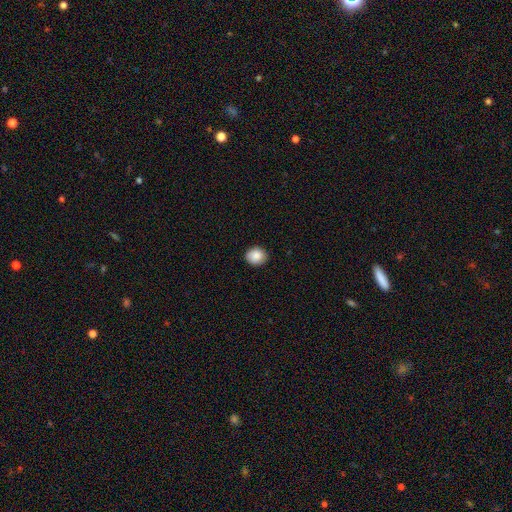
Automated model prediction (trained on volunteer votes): Smooth or featured?
  - smooth: 88% *
  - star or artifact: 8%
  - featured or disk: 4%
How rounded?
  - round: 75% *
  - in between: 24%
  - cigar-shaped: 1%
Merging?
  - none: 90% *
  - minor disturbance: 8%
  - major disturbance: 2%
  - merger: 1%